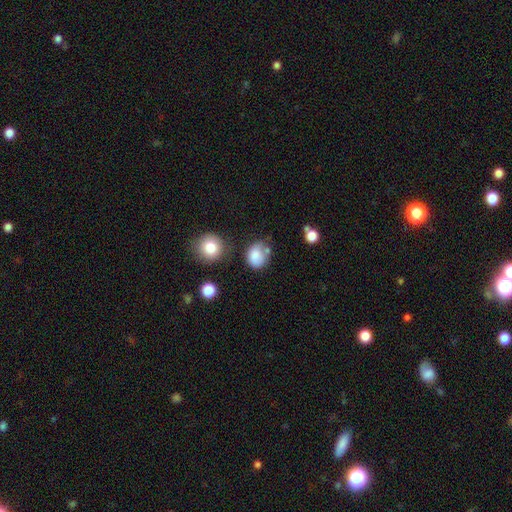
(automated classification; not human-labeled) A smooth galaxy with no disk features (81%) that is round (55%).

Vote fractions:
- Smooth or featured? smooth: 81% / star or artifact: 10% / featured or disk: 9%
- How rounded? round: 55% / in between: 44% / cigar-shaped: 1%
- Merging? none: 49% / minor disturbance: 28% / merger: 11% / major disturbance: 11%